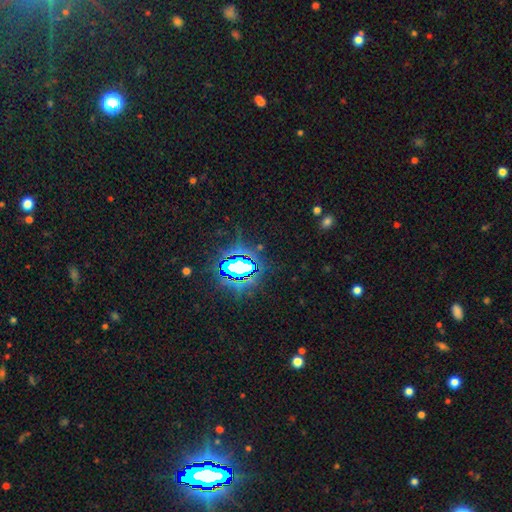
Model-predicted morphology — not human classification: smooth_or_featured: star or artifact (p=0.84) [alt: smooth p=0.10]